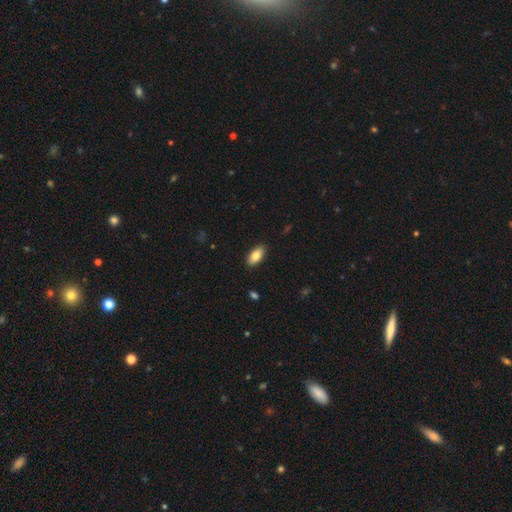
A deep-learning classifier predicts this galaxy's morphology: smooth-or-featured: smooth: 82% | featured or disk: 12% | star or artifact: 7%
  how-rounded: in between: 90% | cigar-shaped: 7% | round: 3%
  merging: none: 88% | minor disturbance: 10% | major disturbance: 2% | merger: 1%